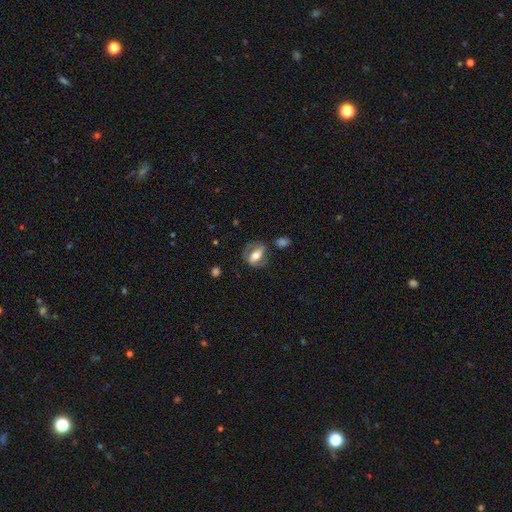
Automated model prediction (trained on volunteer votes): Smooth or featured: featured or disk — 56% (smooth — 37%)
Edge-on disk: no — 91% (yes — 9%)
Bar: strong — 43% (weak — 29%)
Spiral arms: yes — 64% (no — 36%)
Bulge size: moderate — 67% (large — 16%)
Merging: none — 59% (minor disturbance — 22%)